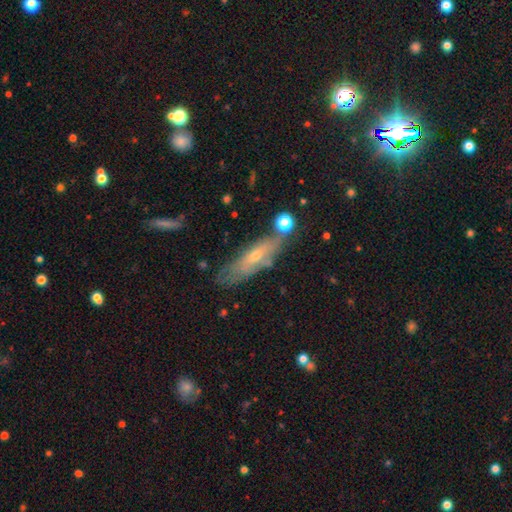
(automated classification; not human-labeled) The model was most divided on "edge-on disk": no: 51%, yes: 49%. More confident: merging — none (64%); smooth or featured — featured or disk (55%).